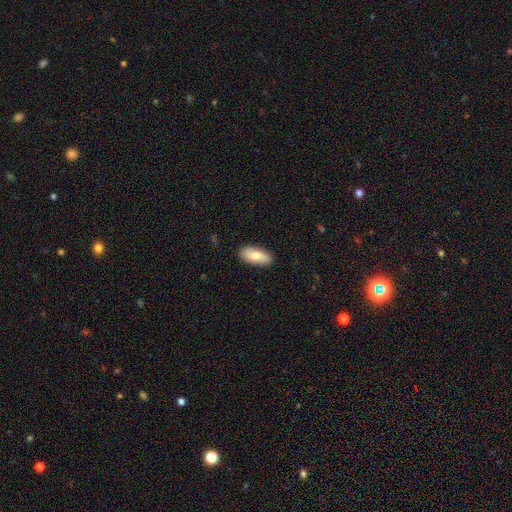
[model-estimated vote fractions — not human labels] A smooth galaxy with no disk features (69%) that is in between round and cigar-shaped (86%). Merging: none (85%).